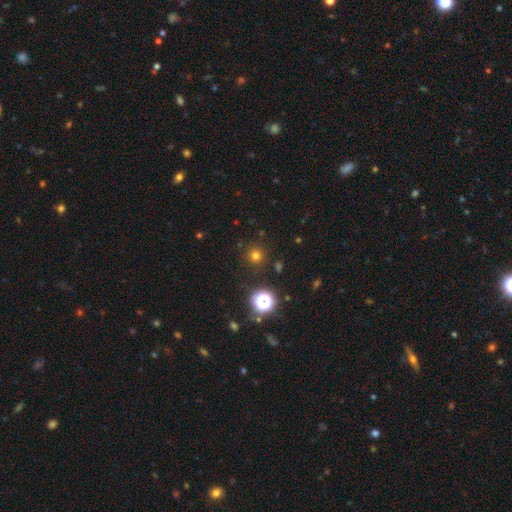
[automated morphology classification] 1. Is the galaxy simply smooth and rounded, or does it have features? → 72% smooth, 22% star or artifact, 6% featured or disk.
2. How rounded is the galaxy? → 95% round, 4% in between, 1% cigar-shaped.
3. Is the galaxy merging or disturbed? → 90% none, 6% minor disturbance, 3% major disturbance, 2% merger.